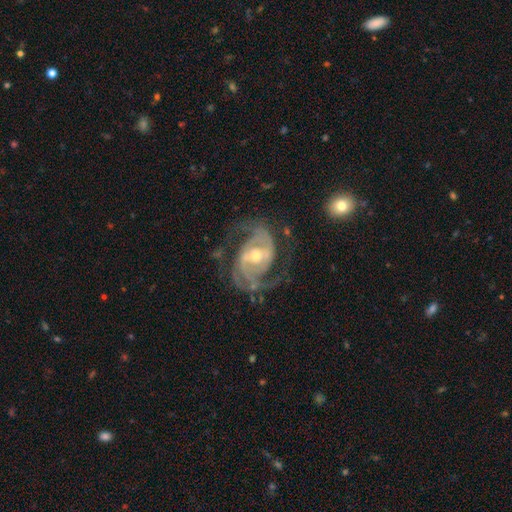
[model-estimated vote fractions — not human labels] Smooth or featured: featured or disk — 92% (star or artifact — 5%)
Edge-on disk: no — 97% (yes — 3%)
Bar: weak — 44% (strong — 32%)
Spiral arms: yes — 97% (no — 3%)
Spiral winding: medium — 55% (tight — 28%)
Spiral arm count: 2 — 73% (3 — 13%)
Bulge size: moderate — 51% (small — 44%)
Merging: none — 67% (minor disturbance — 16%)